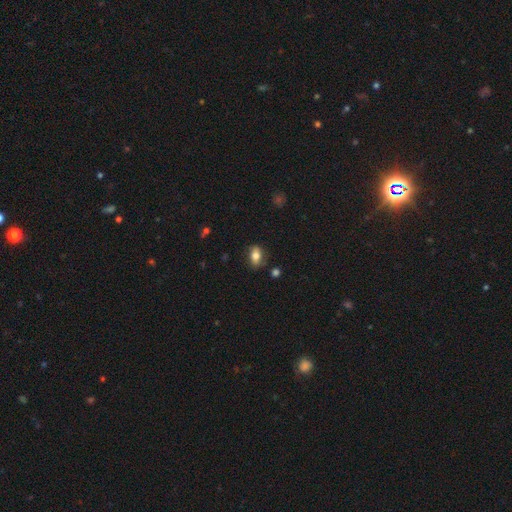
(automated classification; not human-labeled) smooth_or_featured: smooth (p=0.78) [alt: featured or disk p=0.14]
how_rounded: in between (p=0.84) [alt: round p=0.12]
merging: none (p=0.76) [alt: minor disturbance p=0.17]